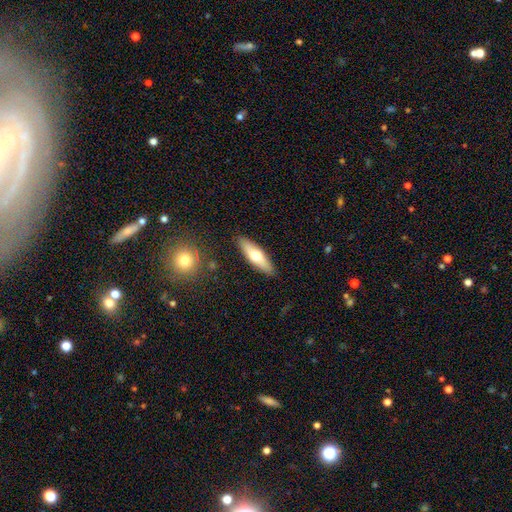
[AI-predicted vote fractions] A smooth galaxy with no disk features (56%) that is cigar-shaped (54%). Merging: none (88%).